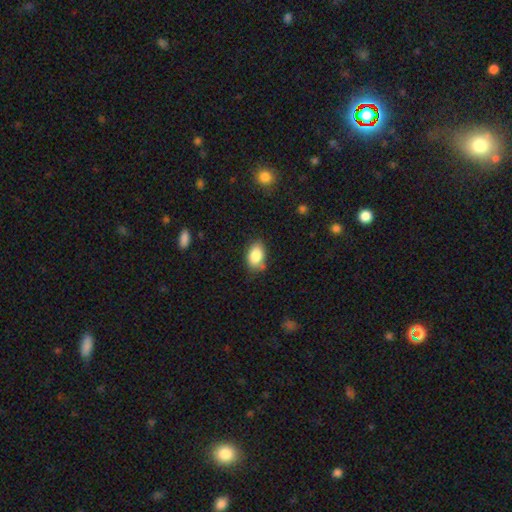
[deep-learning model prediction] smooth 85%, star or artifact 8%, featured or disk 7%. Down the decision tree: how rounded — in between (86%); merging — none (75%).